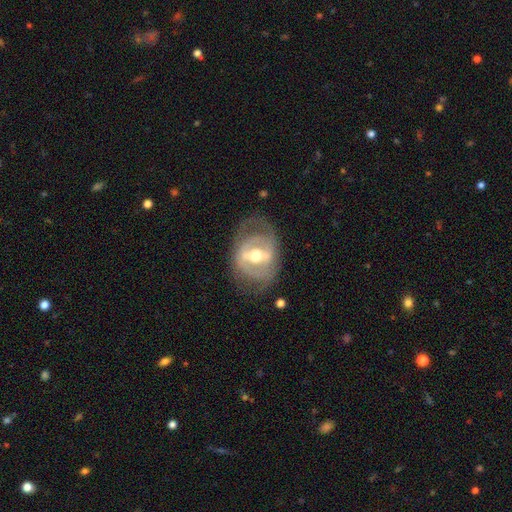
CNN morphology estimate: Smooth or featured?
  - featured or disk: 79% *
  - smooth: 16%
  - star or artifact: 6%
Edge-on disk?
  - no: 93% *
  - yes: 7%
Bar?
  - strong: 61% *
  - weak: 27%
  - no: 12%
Spiral arms?
  - yes: 51% *
  - no: 49%
Bulge size?
  - moderate: 72% *
  - small: 15%
  - large: 11%
  - dominant: 1%
  - none: 1%
Merging?
  - none: 63% *
  - minor disturbance: 20%
  - major disturbance: 16%
  - merger: 2%